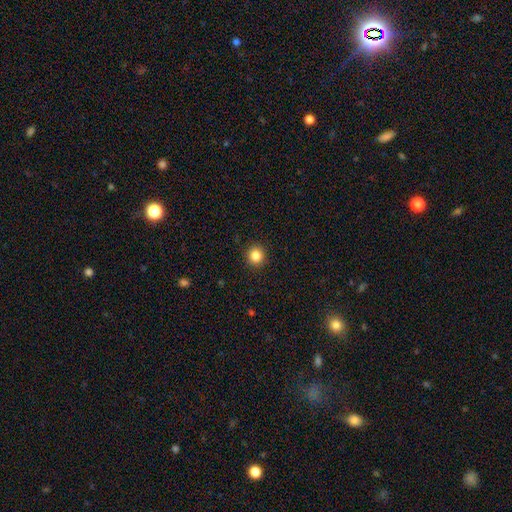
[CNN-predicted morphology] A smooth galaxy with no disk features (85%) that is round (92%). Merging: none (92%).